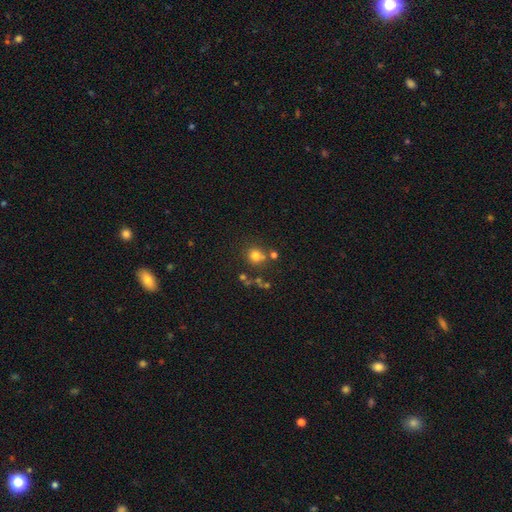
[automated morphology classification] Smooth or featured?
  - smooth: 74% *
  - star or artifact: 16%
  - featured or disk: 9%
How rounded?
  - round: 90% *
  - in between: 10%
  - cigar-shaped: 1%
Merging?
  - none: 70% *
  - merger: 17%
  - minor disturbance: 10%
  - major disturbance: 4%